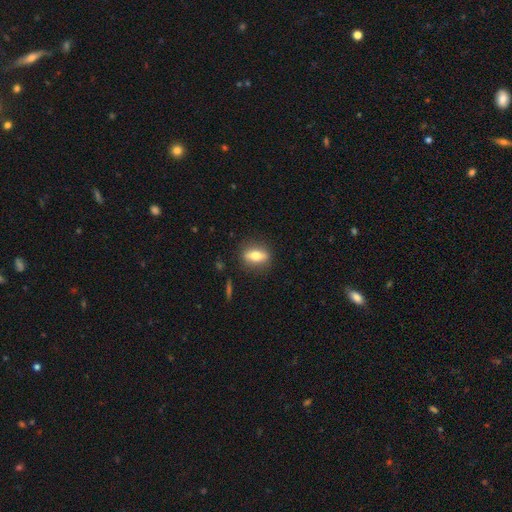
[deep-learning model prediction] This appears to be a smooth galaxy with no disk features (60%) that is in between round and cigar-shaped (63%). Merging: none (85%).